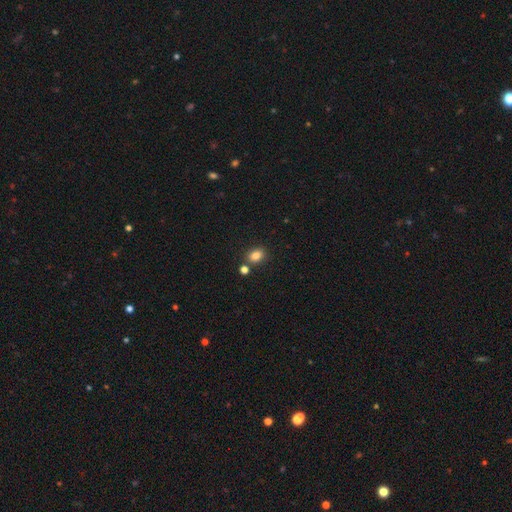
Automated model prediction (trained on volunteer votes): A smooth galaxy with no disk features (83%) that is in between round and cigar-shaped (60%). Merging: none (77%).